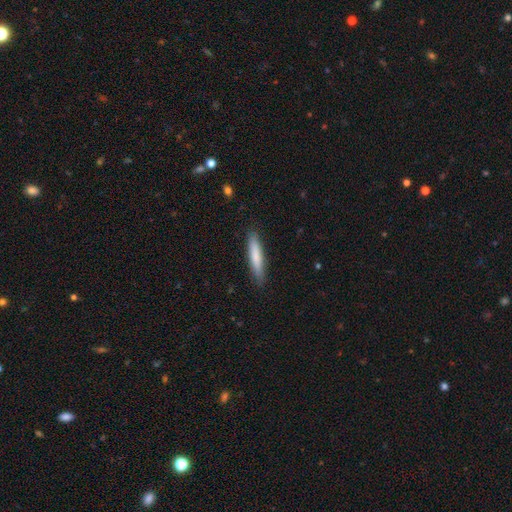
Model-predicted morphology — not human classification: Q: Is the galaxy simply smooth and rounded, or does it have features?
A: smooth — 78%.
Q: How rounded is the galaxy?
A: cigar-shaped — 89%.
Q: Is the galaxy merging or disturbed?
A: none — 87%.